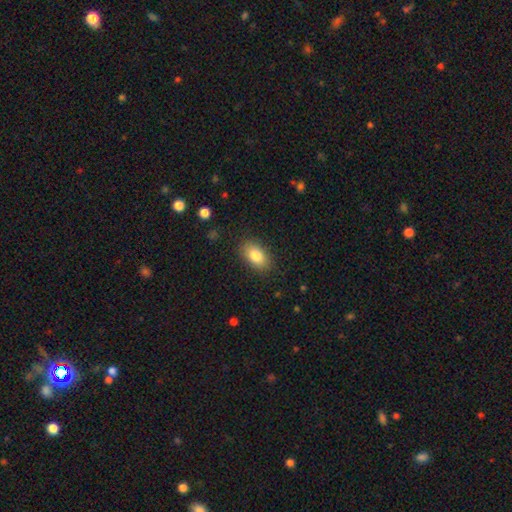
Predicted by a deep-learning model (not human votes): This appears to be a smooth galaxy with no disk features (84%) that is in between round and cigar-shaped (90%). Merging: none (85%).